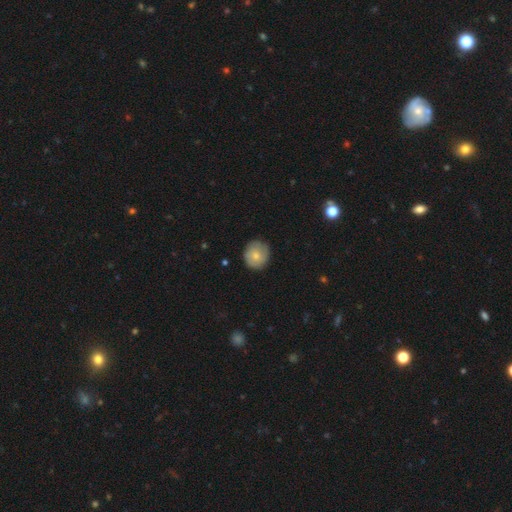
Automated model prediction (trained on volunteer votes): Morphology: type=smooth (74%); roundness=round (90%); merging=none (82%).